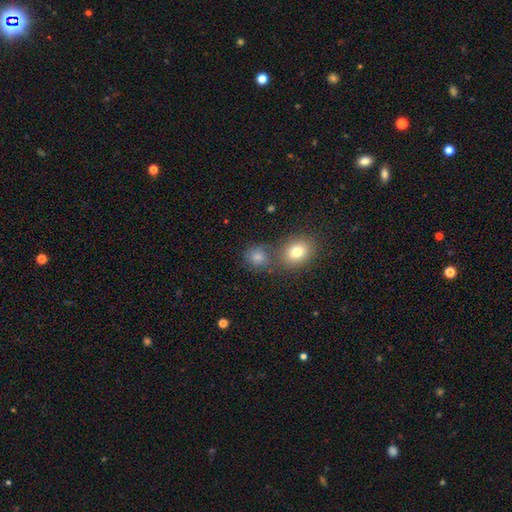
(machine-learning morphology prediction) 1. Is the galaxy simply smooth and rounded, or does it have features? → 71% smooth, 18% star or artifact, 11% featured or disk.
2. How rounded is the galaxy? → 72% round, 27% in between, 1% cigar-shaped.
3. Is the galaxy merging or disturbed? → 58% none, 31% merger, 9% minor disturbance, 3% major disturbance.